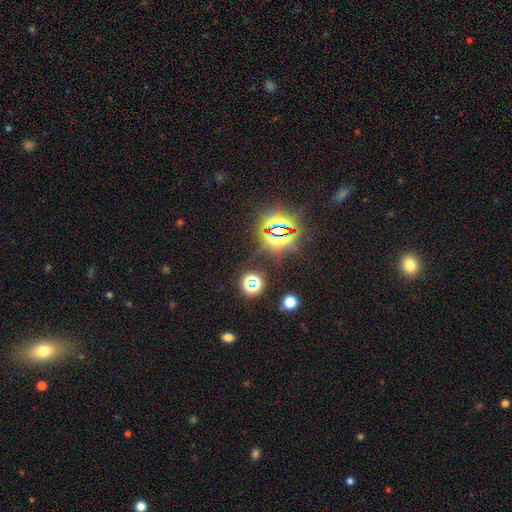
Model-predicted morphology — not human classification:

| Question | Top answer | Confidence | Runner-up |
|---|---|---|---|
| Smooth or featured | star or artifact | 75% | smooth (17%) |